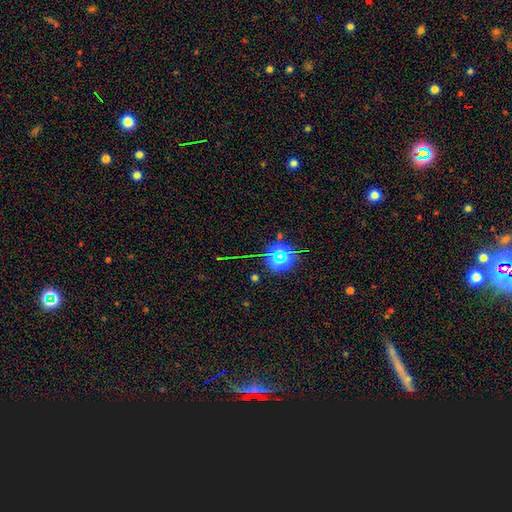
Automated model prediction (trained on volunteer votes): Smooth or featured? star or artifact (66%)